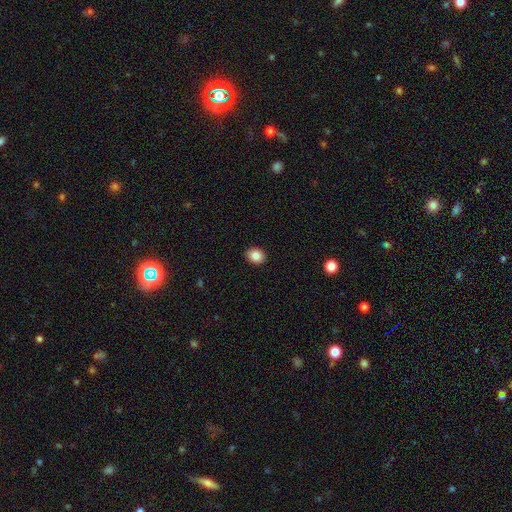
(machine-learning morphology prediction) smooth 86%, star or artifact 9%, featured or disk 5%. Down the decision tree: how rounded — round (58%); merging — none (91%).